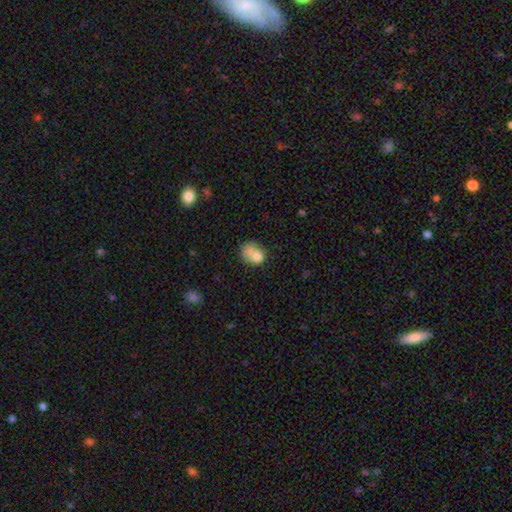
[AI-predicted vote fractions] Smooth or featured? smooth (72%)
How rounded? round (55%)
Merging? merger (36%)